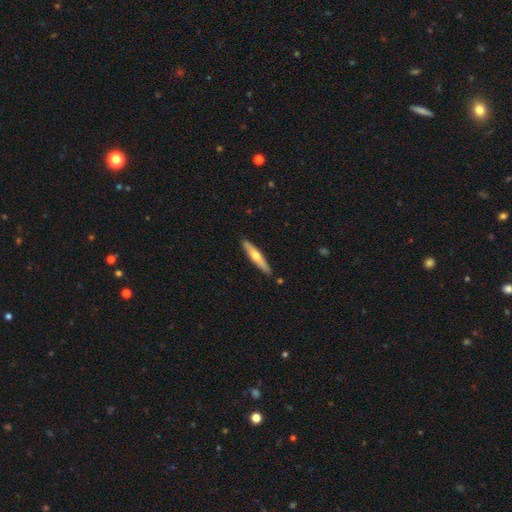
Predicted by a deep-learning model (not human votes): This appears to be a smooth galaxy with no disk features (51%) that is cigar-shaped (88%). Merging: none (87%).